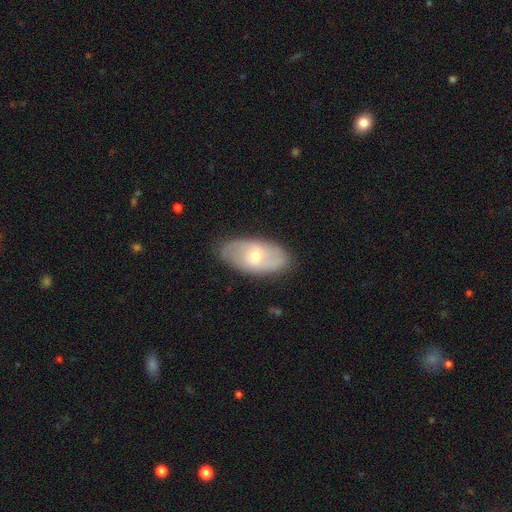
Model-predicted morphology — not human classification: Smooth or featured?
  - featured or disk: 50% *
  - smooth: 44%
  - star or artifact: 7%
Merging?
  - none: 83% *
  - minor disturbance: 13%
  - major disturbance: 3%
  - merger: 1%